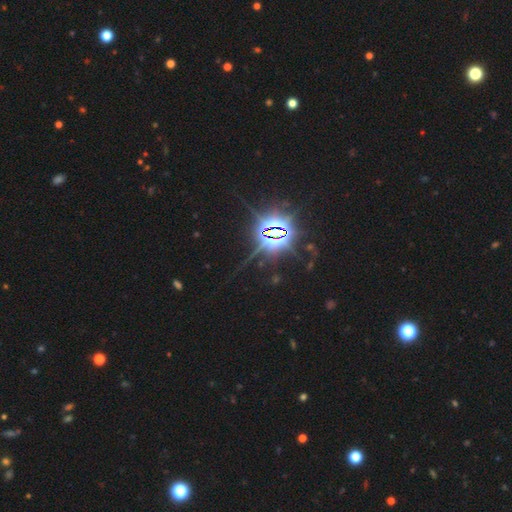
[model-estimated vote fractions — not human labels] Q: Smooth or featured?
A: star or artifact (86%); runner-up: smooth (9%)